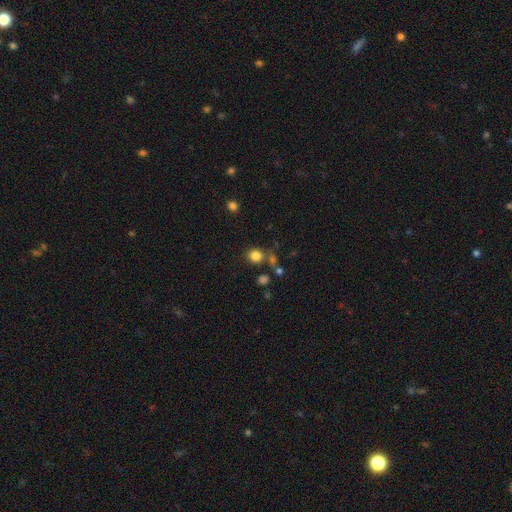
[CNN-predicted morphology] Smooth or featured: smooth — 82% (star or artifact — 13%)
How rounded: round — 84% (in between — 15%)
Merging: none — 75% (minor disturbance — 11%)